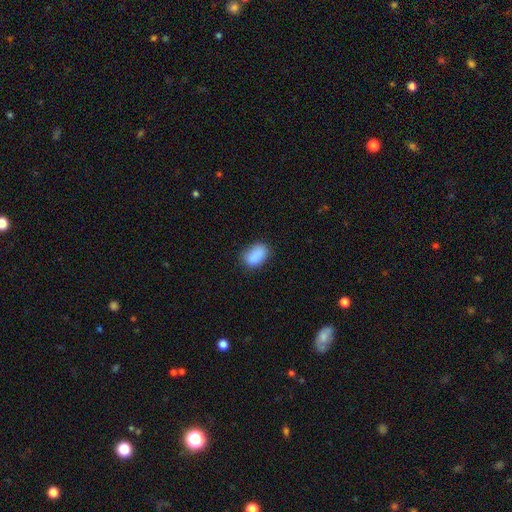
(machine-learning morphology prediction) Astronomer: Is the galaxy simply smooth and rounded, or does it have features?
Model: smooth — 88%.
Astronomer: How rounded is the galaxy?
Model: in between — 89%.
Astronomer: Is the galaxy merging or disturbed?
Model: none — 76%.